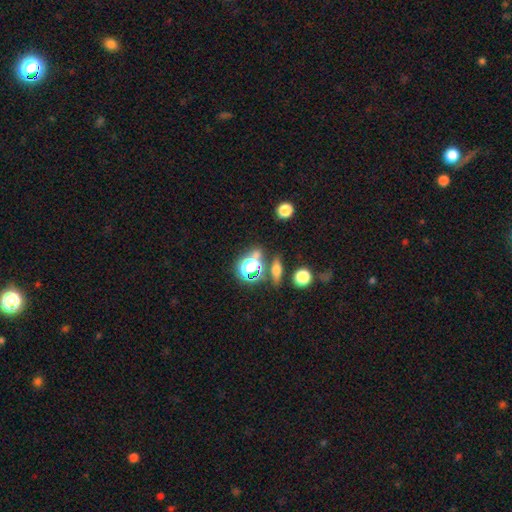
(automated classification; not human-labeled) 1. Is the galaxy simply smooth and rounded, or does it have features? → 54% star or artifact, 33% smooth, 12% featured or disk.